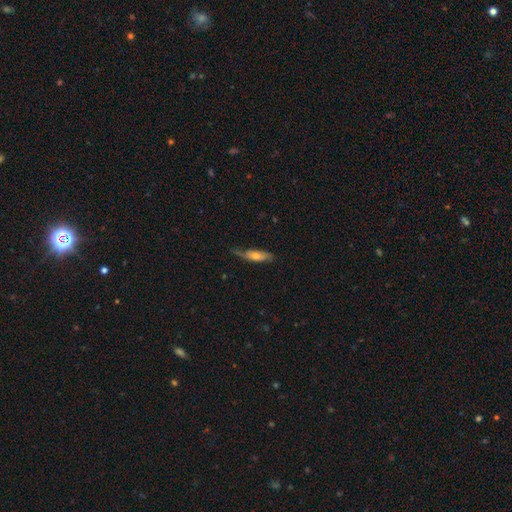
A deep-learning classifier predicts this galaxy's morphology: Smooth or featured?
  - smooth: 53% *
  - featured or disk: 41%
  - star or artifact: 6%
How rounded?
  - cigar-shaped: 54% *
  - in between: 44%
  - round: 2%
Merging?
  - none: 53% *
  - minor disturbance: 32%
  - major disturbance: 13%
  - merger: 2%